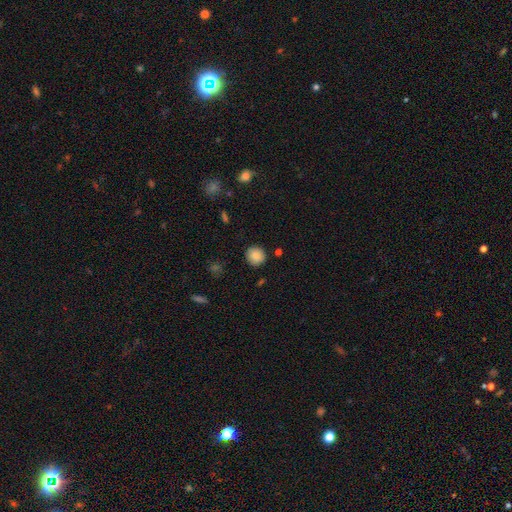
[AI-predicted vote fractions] Smooth or featured? smooth (87%)
How rounded? round (91%)
Merging? none (89%)